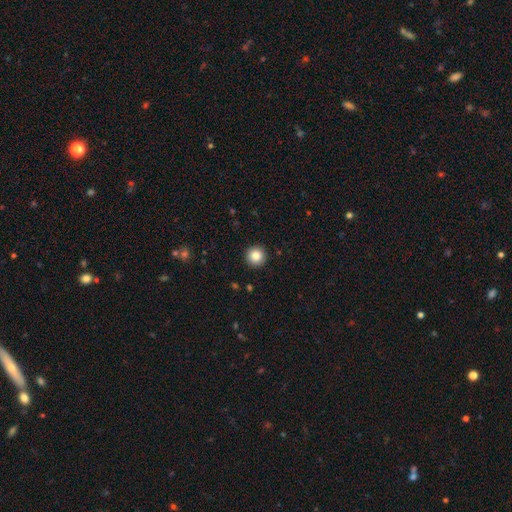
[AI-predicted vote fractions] Q: Smooth or featured?
A: smooth (85%); runner-up: star or artifact (10%)
Q: How rounded?
A: round (96%); runner-up: in between (3%)
Q: Merging?
A: none (93%); runner-up: minor disturbance (4%)